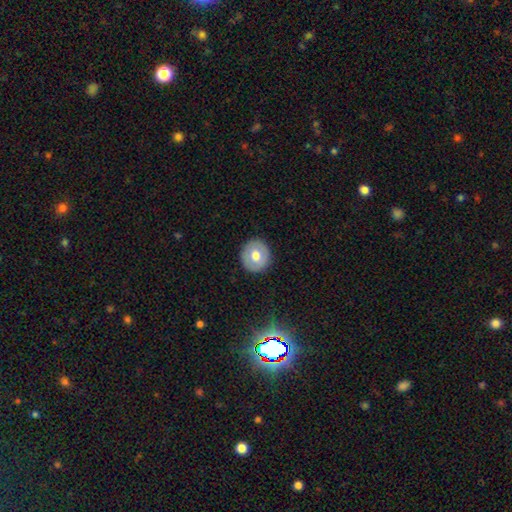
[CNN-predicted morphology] Smooth or featured?
  - smooth: 66% *
  - featured or disk: 26%
  - star or artifact: 7%
How rounded?
  - round: 88% *
  - in between: 11%
  - cigar-shaped: 1%
Merging?
  - none: 90% *
  - minor disturbance: 7%
  - major disturbance: 2%
  - merger: 1%